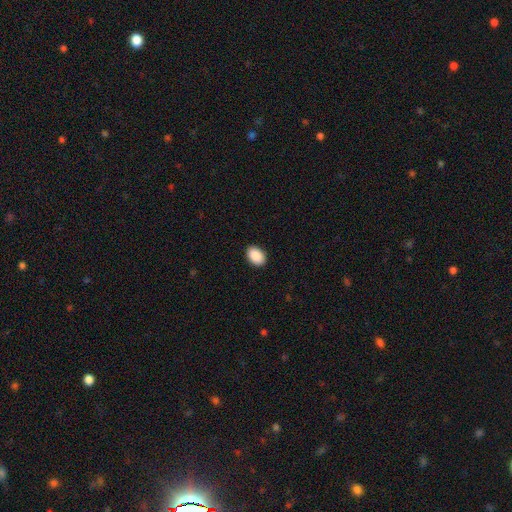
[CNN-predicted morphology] smooth 91%, star or artifact 7%, featured or disk 3%. Down the decision tree: how rounded — in between (85%); merging — none (91%).